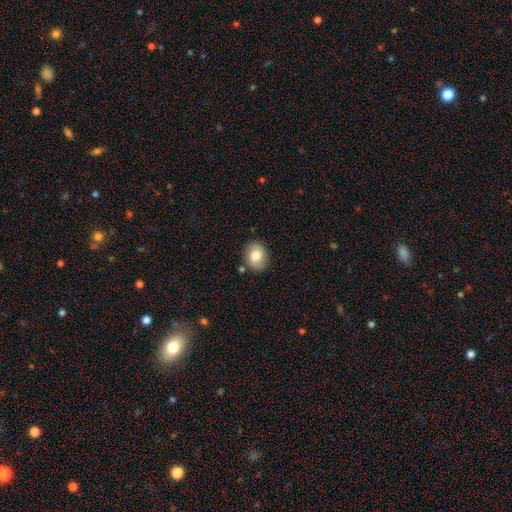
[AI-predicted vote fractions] Q: Smooth or featured?
A: smooth (80%); runner-up: featured or disk (12%)
Q: How rounded?
A: in between (53%); runner-up: round (46%)
Q: Merging?
A: none (83%); runner-up: minor disturbance (11%)